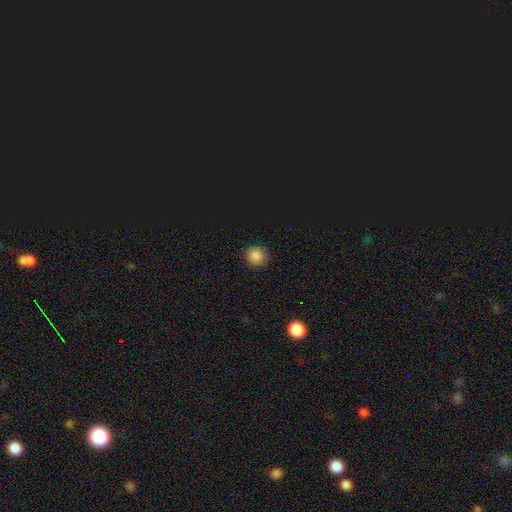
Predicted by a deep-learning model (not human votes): Smooth or featured?
  - smooth: 74% *
  - star or artifact: 20%
  - featured or disk: 6%
How rounded?
  - round: 85% *
  - in between: 14%
  - cigar-shaped: 1%
Merging?
  - none: 85% *
  - minor disturbance: 11%
  - major disturbance: 3%
  - merger: 1%